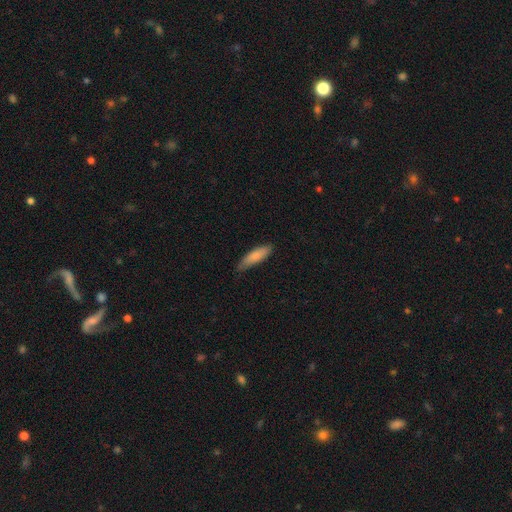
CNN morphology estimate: Overall: smooth (84%). How rounded: cigar-shaped (62%; in between 37%). Merging: none (75%).